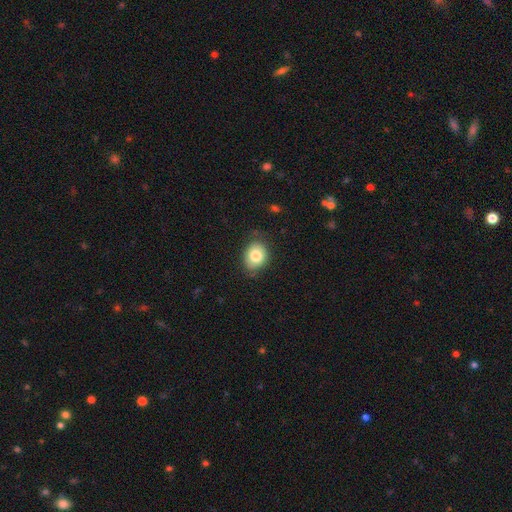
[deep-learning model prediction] The model was most divided on "how rounded": round: 58%, in between: 41%, cigar-shaped: 1%. More confident: smooth or featured — smooth (80%); merging — none (78%).